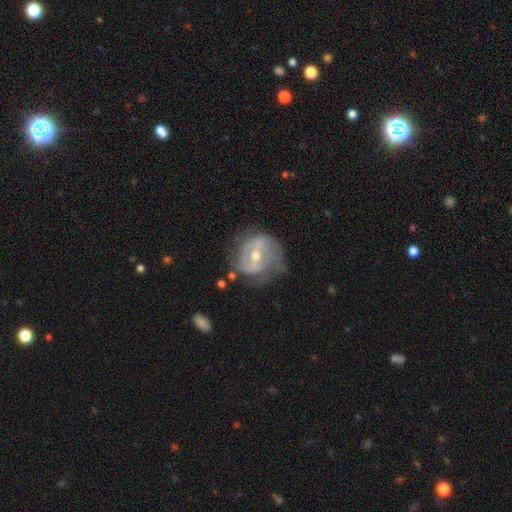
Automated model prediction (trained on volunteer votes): Overall: featured or disk (83%). Edge-on disk: no (97%). Bar: weak (46%; strong 31%). Spiral arms: yes (87%). Spiral arm count: 2 (54%; can't tell 24%). Spiral winding: tight (47%; medium 38%). Bulge size: moderate (60%; small 36%). Merging: none (63%).